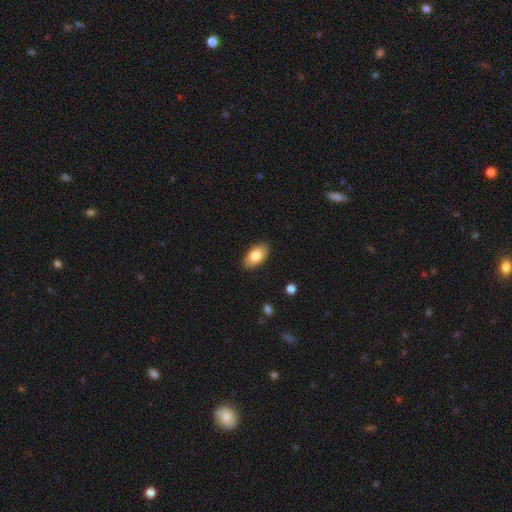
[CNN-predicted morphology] A smooth galaxy with no disk features (81%) that is in between round and cigar-shaped (93%). Merging: none (87%).